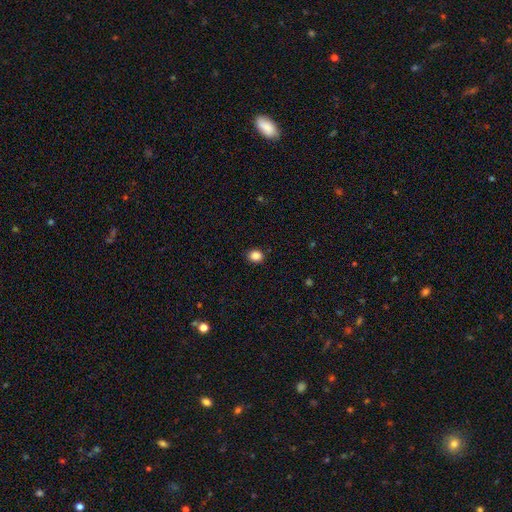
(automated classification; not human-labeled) A smooth galaxy with no disk features (87%) that is round (66%).

Vote fractions:
- Smooth or featured? smooth: 87% / star or artifact: 10% / featured or disk: 3%
- How rounded? round: 66% / in between: 33% / cigar-shaped: 1%
- Merging? none: 90% / minor disturbance: 7% / major disturbance: 2% / merger: 1%